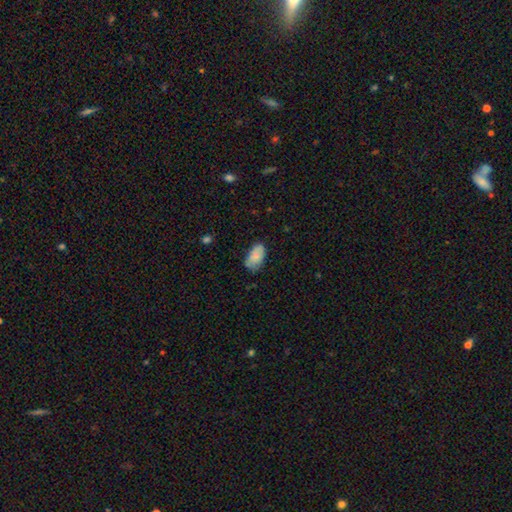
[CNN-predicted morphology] Overall: smooth (77%). How rounded: in between (94%). Merging: none (62%; minor disturbance 30%).